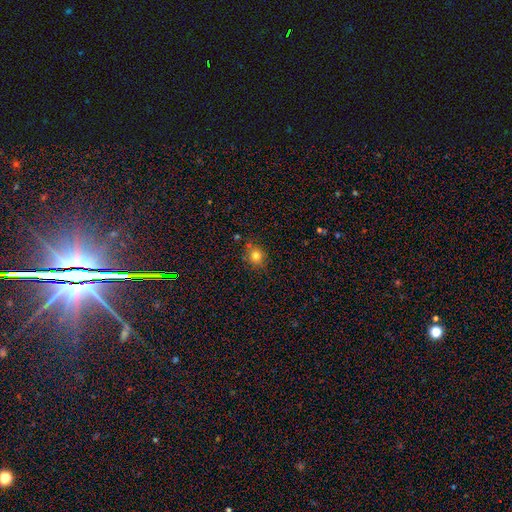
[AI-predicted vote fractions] Overall: smooth (78%). How rounded: round (80%). Merging: none (76%).